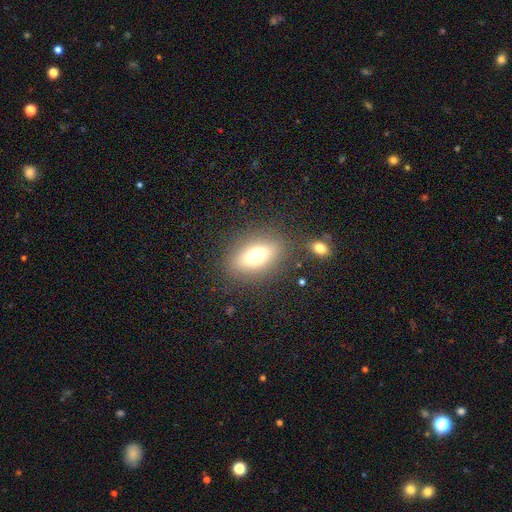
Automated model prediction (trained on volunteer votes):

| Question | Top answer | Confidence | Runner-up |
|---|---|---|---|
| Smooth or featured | smooth | 69% | featured or disk (19%) |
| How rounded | in between | 78% | round (14%) |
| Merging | none | 81% | minor disturbance (10%) |